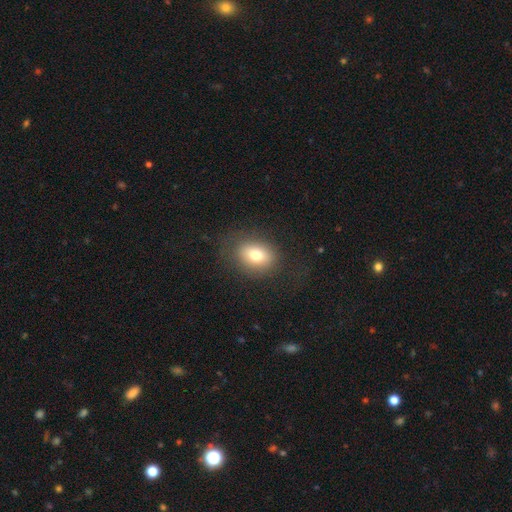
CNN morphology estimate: Smooth or featured? Predicted: smooth (p=0.75). How rounded? Predicted: in between (p=0.62). Merging? Predicted: none (p=0.79).